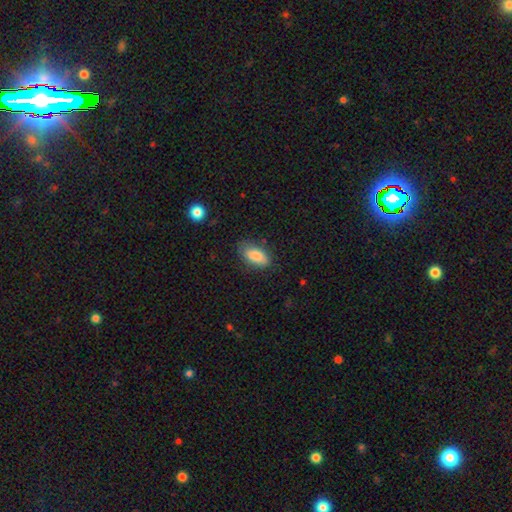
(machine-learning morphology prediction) Smooth or featured? smooth (86%)
How rounded? in between (88%)
Merging? none (77%)